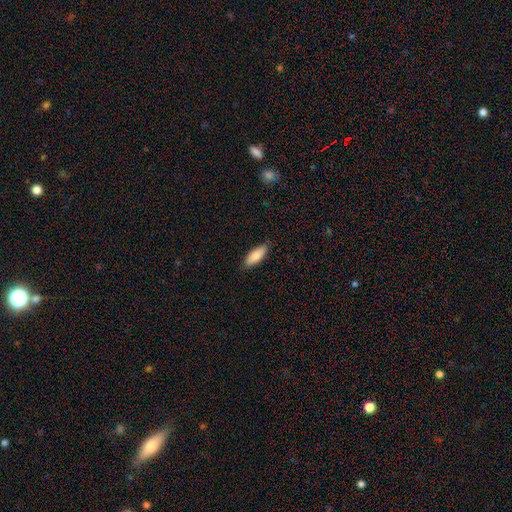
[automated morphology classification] Q: Smooth or featured?
A: smooth (83%); runner-up: featured or disk (11%)
Q: How rounded?
A: in between (72%); runner-up: cigar-shaped (26%)
Q: Merging?
A: none (85%); runner-up: minor disturbance (12%)